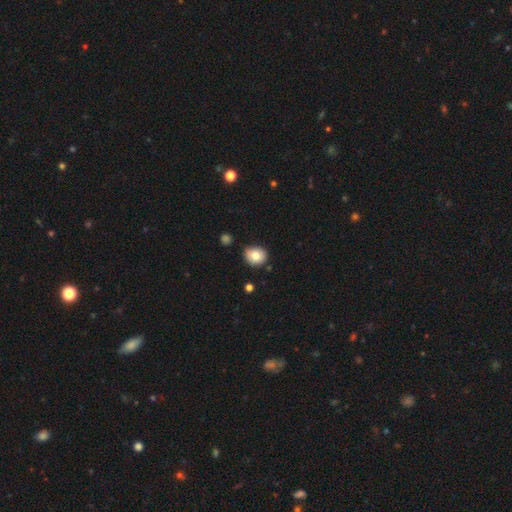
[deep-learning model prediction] smooth-or-featured: smooth: 79% | featured or disk: 11% | star or artifact: 10%
  how-rounded: round: 76% | in between: 23% | cigar-shaped: 1%
  merging: none: 74% | minor disturbance: 19% | merger: 4% | major disturbance: 3%